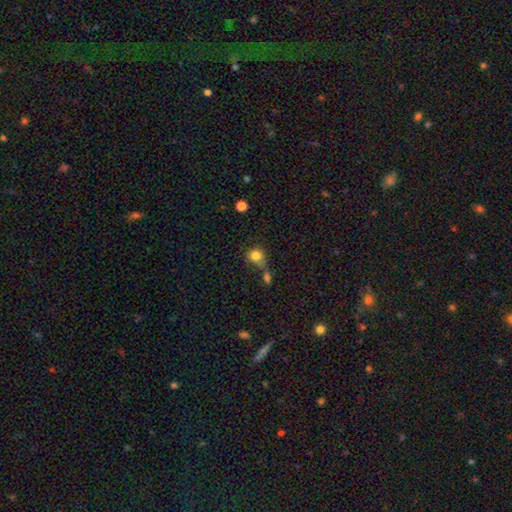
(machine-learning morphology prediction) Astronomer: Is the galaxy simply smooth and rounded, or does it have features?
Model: smooth — 82%.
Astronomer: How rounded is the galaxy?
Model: round — 79%.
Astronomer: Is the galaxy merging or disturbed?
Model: none — 44% (runner-up: merger, 31%).